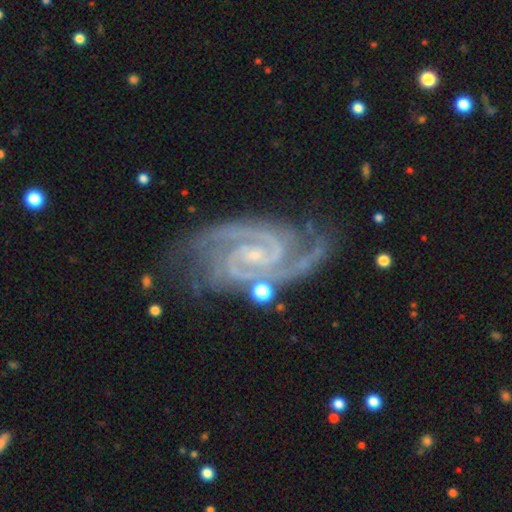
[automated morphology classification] smooth_or_featured: featured or disk (p=0.93) [alt: star or artifact p=0.04]
disk_edge_on: no (p=0.98) [alt: yes p=0.02]
bar: no (p=0.41) [tied with: weak p=0.41]
has_spiral_arms: yes (p=0.99) [alt: no p=0.01]
spiral_winding: tight (p=0.60) [alt: medium p=0.36]
spiral_arm_count: 2 (p=0.77) [alt: 3 p=0.12]
bulge_size: small (p=0.79) [alt: moderate p=0.12]
merging: none (p=0.70) [alt: minor disturbance p=0.19]